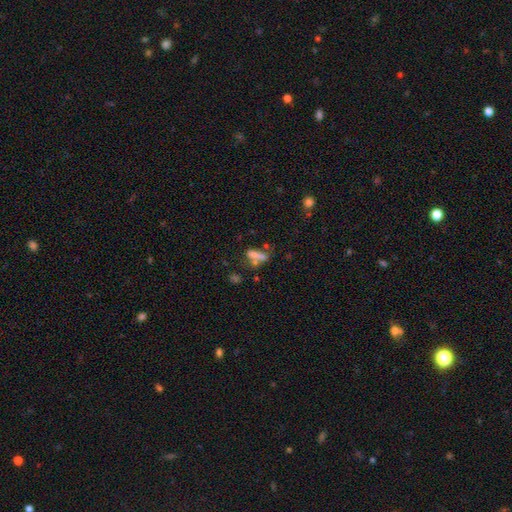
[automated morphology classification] A smooth galaxy with no disk features (64%) that is in between round and cigar-shaped (50%).

Vote fractions:
- Smooth or featured? smooth: 64% / featured or disk: 21% / star or artifact: 15%
- How rounded? in between: 50% / cigar-shaped: 43% / round: 8%
- Merging? none: 37% / merger: 35% / minor disturbance: 15% / major disturbance: 13%